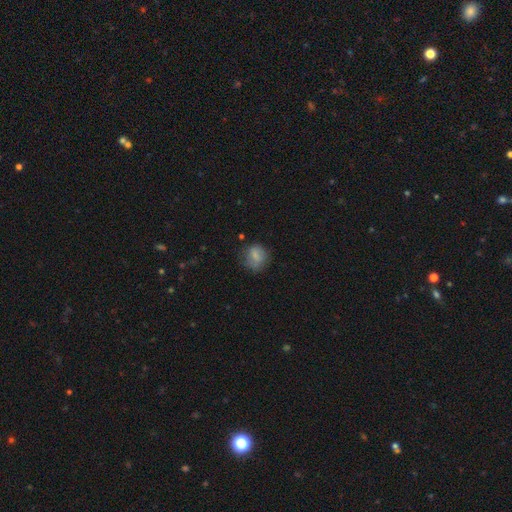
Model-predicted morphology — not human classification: Smooth or featured? Predicted: smooth (p=0.74). How rounded? Predicted: round (p=0.72). Merging? Predicted: none (p=0.63).